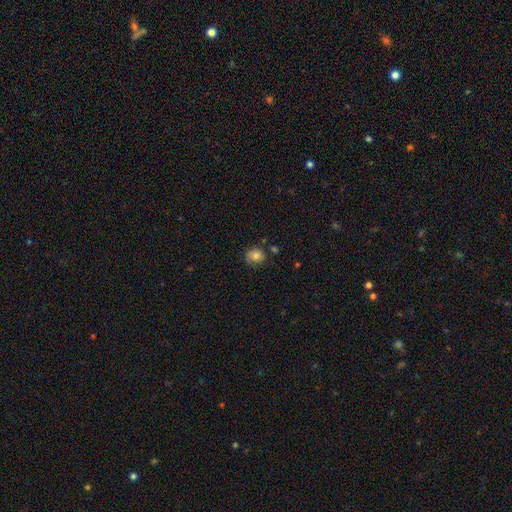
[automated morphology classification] This appears to be a smooth galaxy with no disk features (80%) that is round (75%). Merging: none (72%).